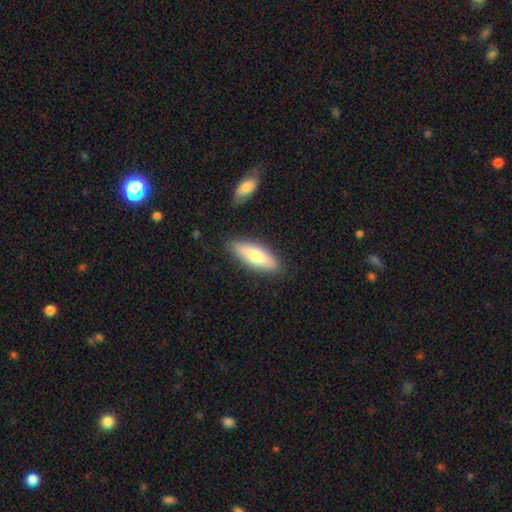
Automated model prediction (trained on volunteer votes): Morphology: type=smooth (70%); roundness=in between (55%); merging=none (84%).